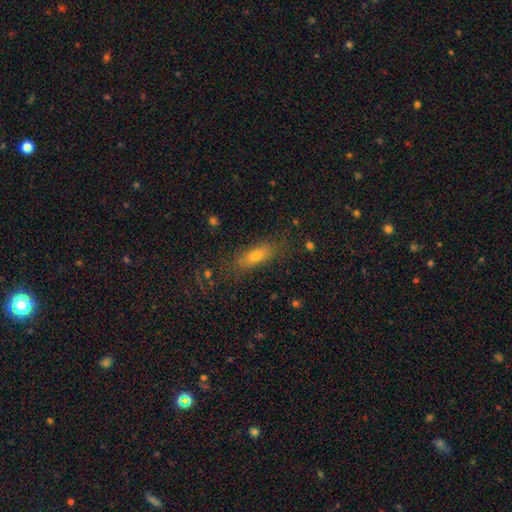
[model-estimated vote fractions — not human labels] A smooth galaxy with no disk features (67%) that is in between round and cigar-shaped (58%). Merging: none (77%).